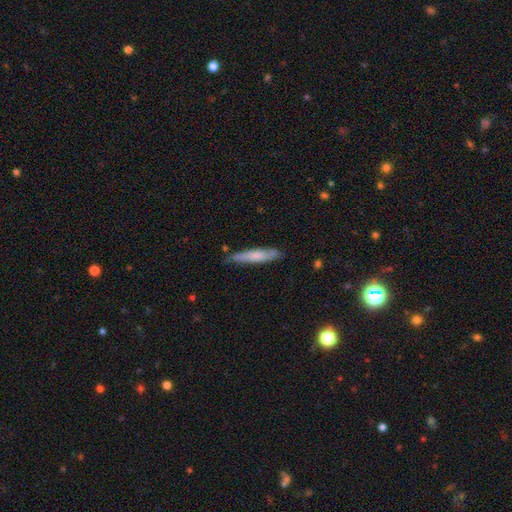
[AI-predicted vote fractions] smooth-or-featured: smooth: 63% | featured or disk: 31% | star or artifact: 6%
  how-rounded: cigar-shaped: 90% | in between: 9% | round: 1%
  merging: none: 76% | minor disturbance: 19% | major disturbance: 3% | merger: 2%